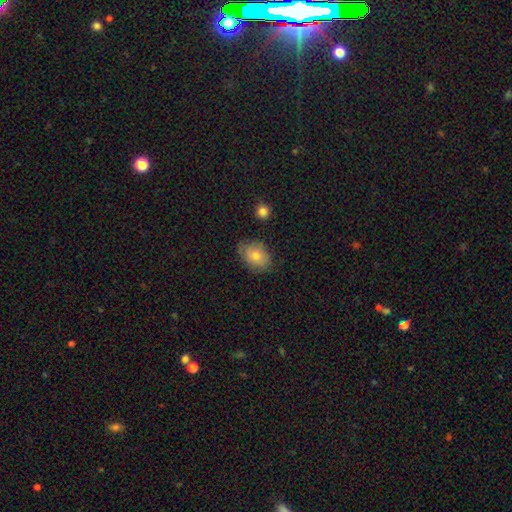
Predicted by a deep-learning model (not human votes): Q: Smooth or featured?
A: smooth (69%); runner-up: featured or disk (21%)
Q: How rounded?
A: in between (70%); runner-up: round (29%)
Q: Merging?
A: none (73%); runner-up: minor disturbance (21%)